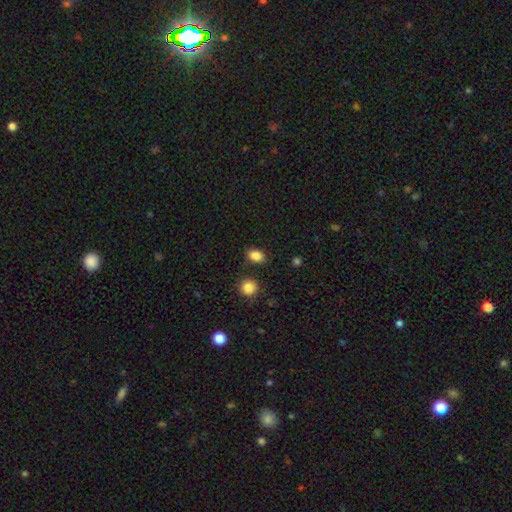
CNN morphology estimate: Smooth or featured?
  - smooth: 86% *
  - star or artifact: 10%
  - featured or disk: 4%
How rounded?
  - in between: 77% *
  - round: 22%
  - cigar-shaped: 2%
Merging?
  - none: 81% *
  - minor disturbance: 12%
  - merger: 5%
  - major disturbance: 3%